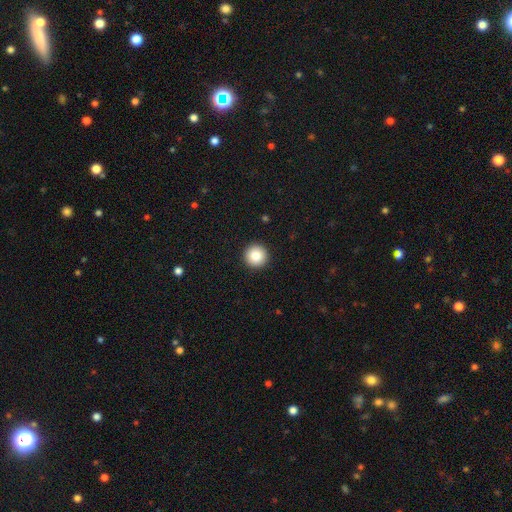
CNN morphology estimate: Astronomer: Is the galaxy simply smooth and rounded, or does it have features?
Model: smooth — 84%.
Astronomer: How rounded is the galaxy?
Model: round — 97%.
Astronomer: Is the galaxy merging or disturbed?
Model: none — 94%.